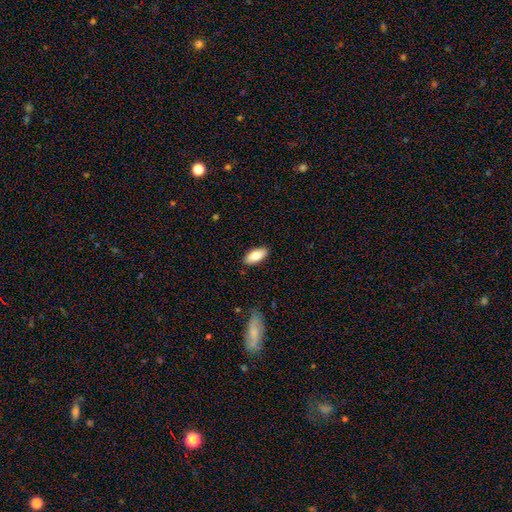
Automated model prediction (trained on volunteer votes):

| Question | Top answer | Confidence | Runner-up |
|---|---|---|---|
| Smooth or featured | smooth | 81% | featured or disk (12%) |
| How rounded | in between | 88% | cigar-shaped (10%) |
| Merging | none | 87% | minor disturbance (10%) |